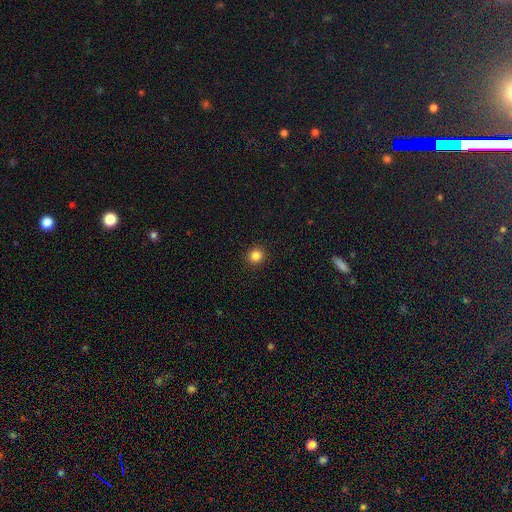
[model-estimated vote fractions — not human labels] Morphology: type=smooth (84%); roundness=round (93%); merging=none (93%).